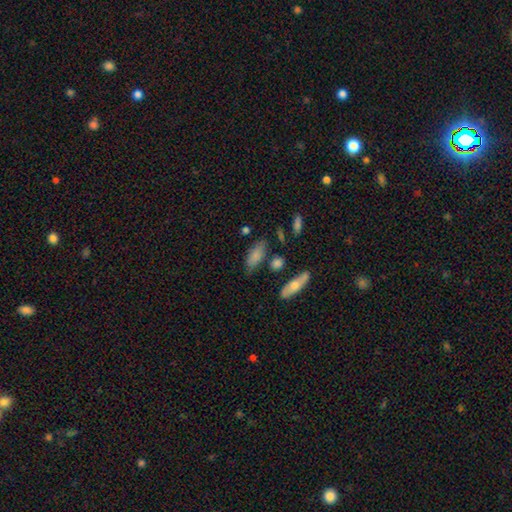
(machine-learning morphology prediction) type=smooth (78%); roundness=in between (76%); merging=none (66%).